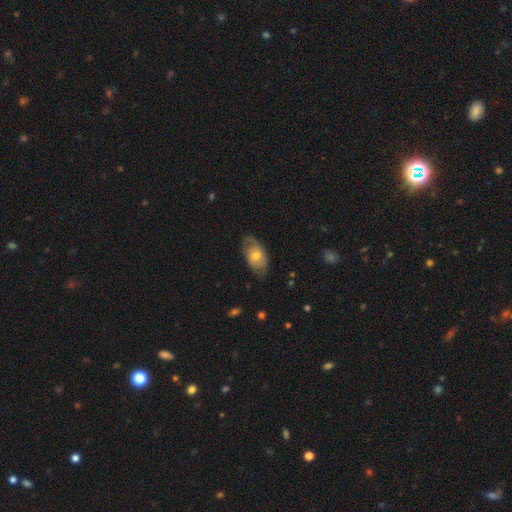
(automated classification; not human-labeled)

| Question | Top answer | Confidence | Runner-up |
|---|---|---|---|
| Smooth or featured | smooth | 52% | featured or disk (41%) |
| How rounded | in between | 90% | round (8%) |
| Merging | none | 65% | minor disturbance (26%) |